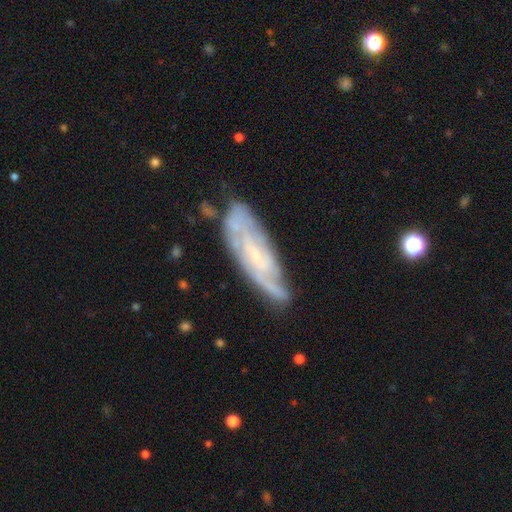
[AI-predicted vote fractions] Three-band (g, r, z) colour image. It shows a featured or disk galaxy (73%) with no bar (52%), spiral arms (84%) and a small central bulge (60%). Merging: none (64%).